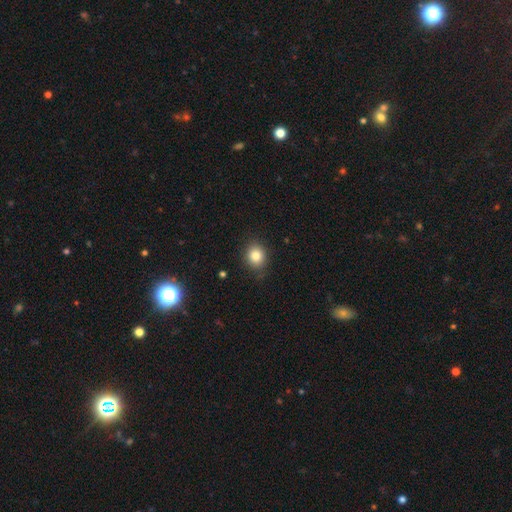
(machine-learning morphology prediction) smooth-or-featured: smooth: 83% | star or artifact: 11% | featured or disk: 7%
  how-rounded: round: 71% | in between: 28% | cigar-shaped: 1%
  merging: none: 85% | minor disturbance: 11% | major disturbance: 3% | merger: 1%